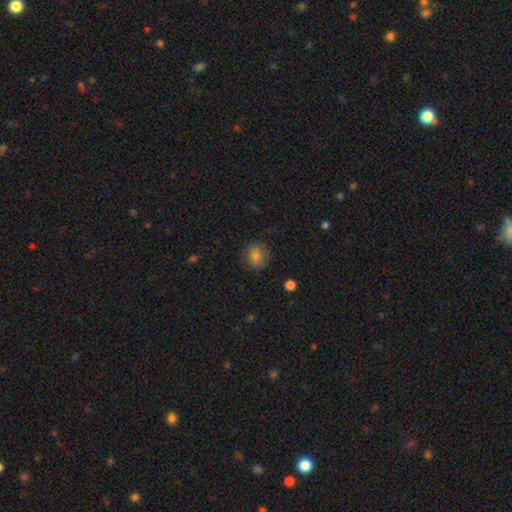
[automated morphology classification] smooth_or_featured: smooth (p=0.77) [alt: featured or disk p=0.12]
how_rounded: round (p=0.84) [alt: in between p=0.15]
merging: none (p=0.83) [alt: minor disturbance p=0.12]